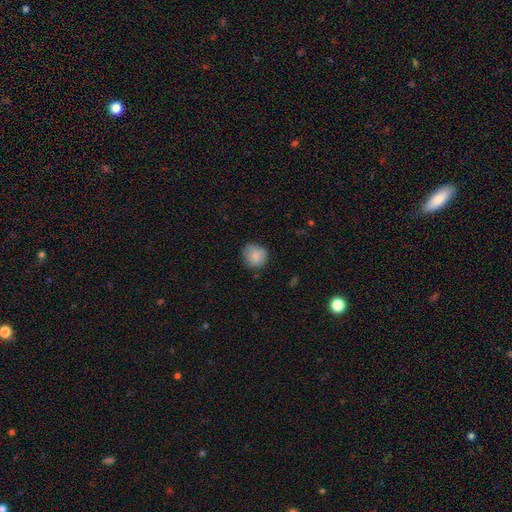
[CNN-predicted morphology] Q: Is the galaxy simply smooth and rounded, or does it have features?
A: smooth — 84%.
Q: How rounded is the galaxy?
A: round — 76%.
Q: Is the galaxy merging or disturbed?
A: none — 72%.